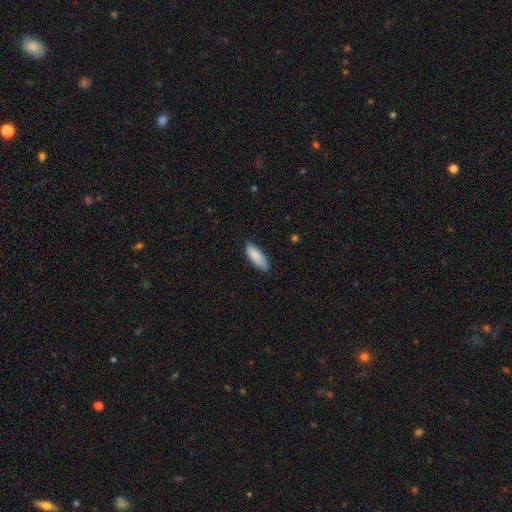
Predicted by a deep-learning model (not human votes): Q: Smooth or featured?
A: smooth (86%); runner-up: featured or disk (8%)
Q: How rounded?
A: in between (67%); runner-up: cigar-shaped (31%)
Q: Merging?
A: none (78%); runner-up: minor disturbance (18%)